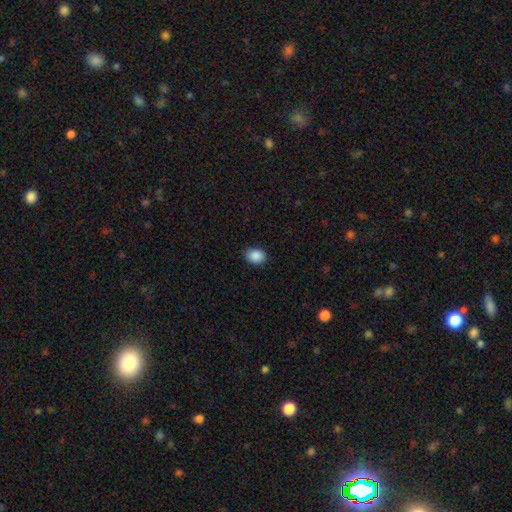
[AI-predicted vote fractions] Smooth or featured? smooth (89%)
How rounded? in between (66%)
Merging? none (86%)